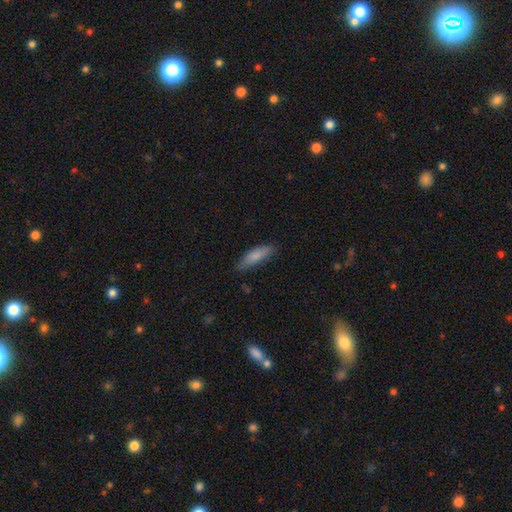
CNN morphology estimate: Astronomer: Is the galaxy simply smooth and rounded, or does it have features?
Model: smooth — 83%.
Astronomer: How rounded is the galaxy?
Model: cigar-shaped — 51% (runner-up: in between, 48%).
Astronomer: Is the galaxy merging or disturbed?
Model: none — 76%.